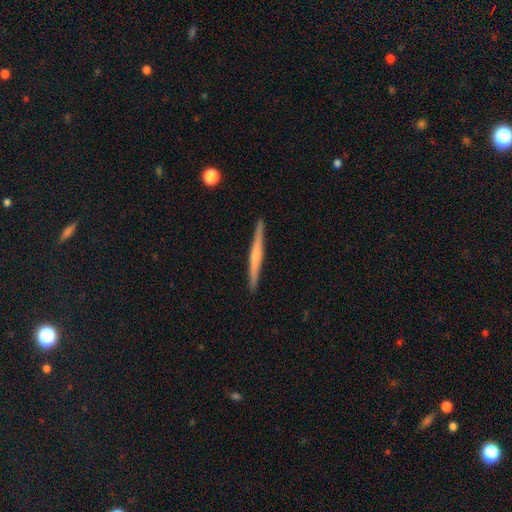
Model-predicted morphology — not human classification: Smooth or featured?
  - featured or disk: 61% *
  - smooth: 33%
  - star or artifact: 5%
Edge-on disk?
  - yes: 98% *
  - no: 2%
Edge-on bulge?
  - none: 44% *
  - rounded: 43%
  - boxy: 13%
Merging?
  - none: 92% *
  - minor disturbance: 6%
  - major disturbance: 1%
  - merger: 1%